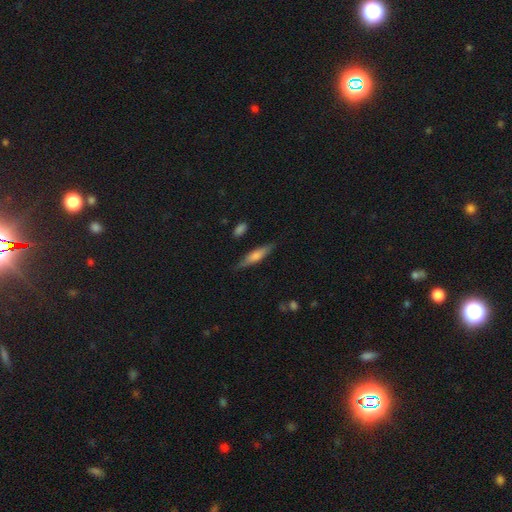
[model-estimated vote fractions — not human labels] Q: Smooth or featured?
A: smooth (57%); runner-up: featured or disk (37%)
Q: How rounded?
A: cigar-shaped (74%); runner-up: in between (24%)
Q: Merging?
A: none (82%); runner-up: minor disturbance (13%)